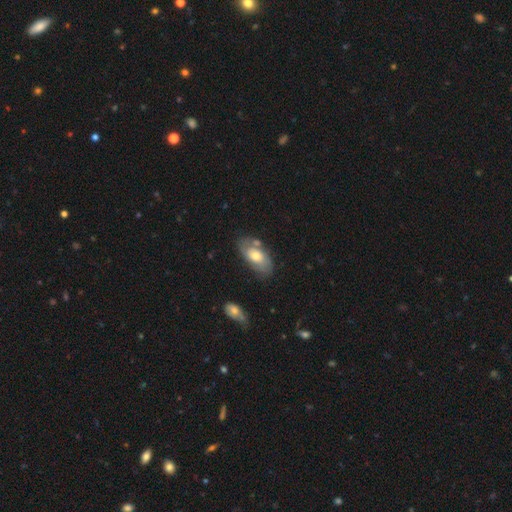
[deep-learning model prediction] smooth_or_featured: smooth (p=0.55) [alt: featured or disk p=0.39]
how_rounded: in between (p=0.92) [alt: round p=0.04]
merging: none (p=0.60) [alt: minor disturbance p=0.21]